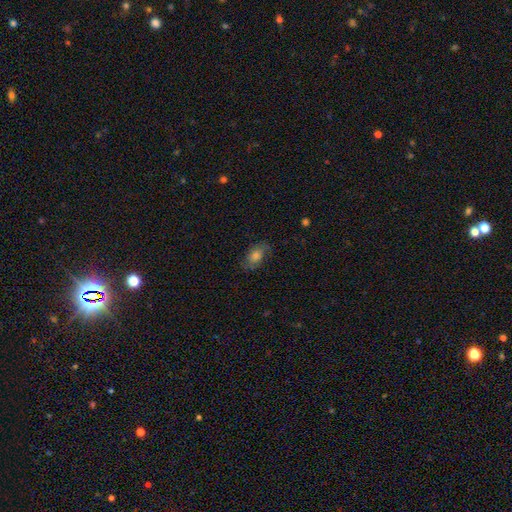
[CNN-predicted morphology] Q: Smooth or featured?
A: smooth (55%); runner-up: featured or disk (32%)
Q: How rounded?
A: in between (82%); runner-up: round (15%)
Q: Merging?
A: none (74%); runner-up: minor disturbance (18%)